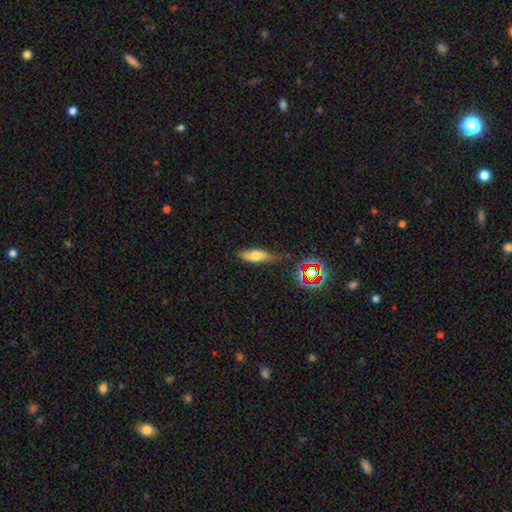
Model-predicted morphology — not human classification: The model was most divided on "how rounded": cigar-shaped: 49%, in between: 47%, round: 3%. More confident: merging — none (71%); smooth or featured — smooth (64%).